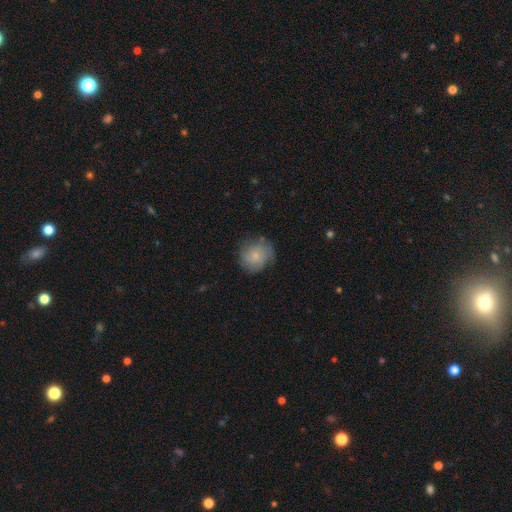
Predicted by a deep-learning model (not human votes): This appears to be a smooth galaxy with no disk features (68%) that is round (87%). Merging: none (69%).